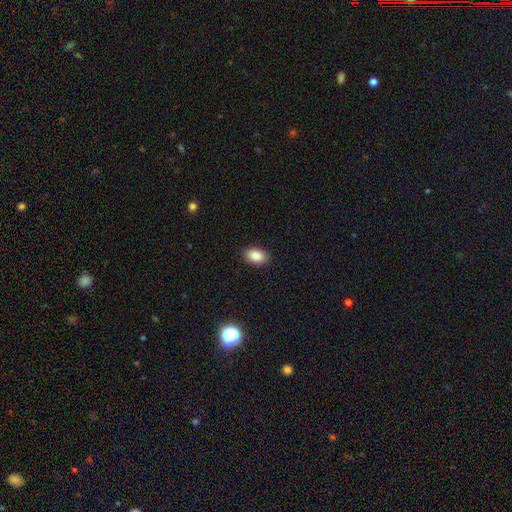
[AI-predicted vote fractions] smooth-or-featured: smooth: 87% | star or artifact: 8% | featured or disk: 4%
  how-rounded: in between: 88% | round: 11% | cigar-shaped: 1%
  merging: none: 89% | minor disturbance: 8% | major disturbance: 2% | merger: 1%